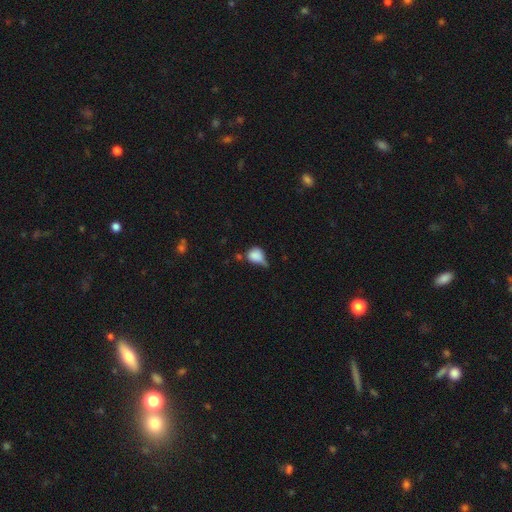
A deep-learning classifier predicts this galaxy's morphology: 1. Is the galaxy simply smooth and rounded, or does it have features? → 79% smooth, 11% featured or disk, 10% star or artifact.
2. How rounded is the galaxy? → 52% round, 46% in between, 2% cigar-shaped.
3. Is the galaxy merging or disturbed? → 42% minor disturbance, 29% none, 19% major disturbance, 11% merger.